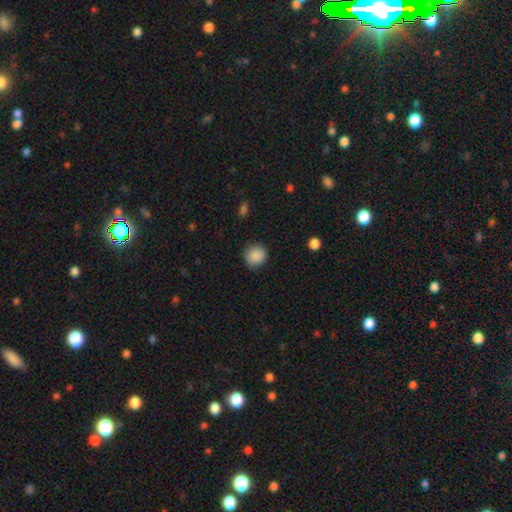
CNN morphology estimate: Overall: smooth (88%). How rounded: round (89%). Merging: none (84%).